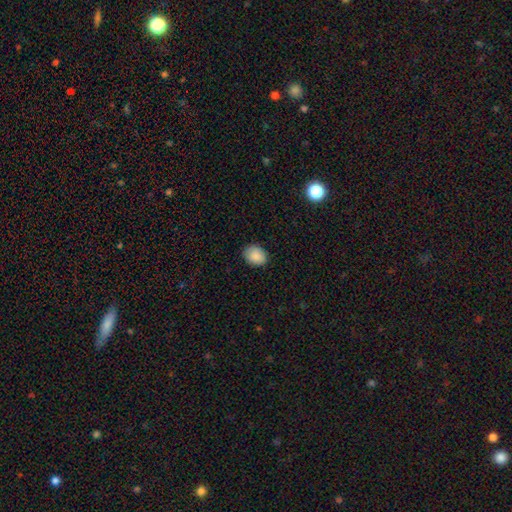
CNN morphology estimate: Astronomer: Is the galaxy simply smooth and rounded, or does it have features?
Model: smooth — 88%.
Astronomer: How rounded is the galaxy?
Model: in between — 53% (runner-up: round, 46%).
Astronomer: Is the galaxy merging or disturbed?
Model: none — 84%.